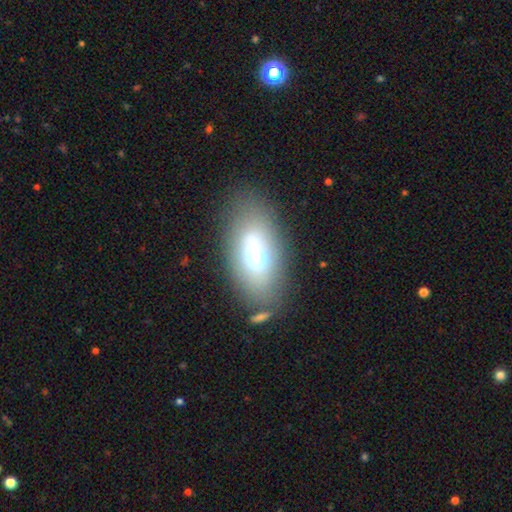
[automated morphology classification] Smooth or featured? smooth (59%)
How rounded? in between (82%)
Merging? none (75%)